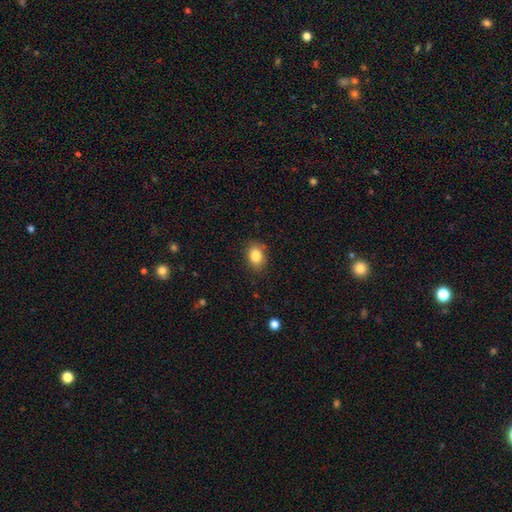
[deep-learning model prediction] smooth_or_featured: smooth (p=0.84) [alt: star or artifact p=0.09]
how_rounded: in between (p=0.58) [alt: round p=0.41]
merging: none (p=0.83) [alt: minor disturbance p=0.12]